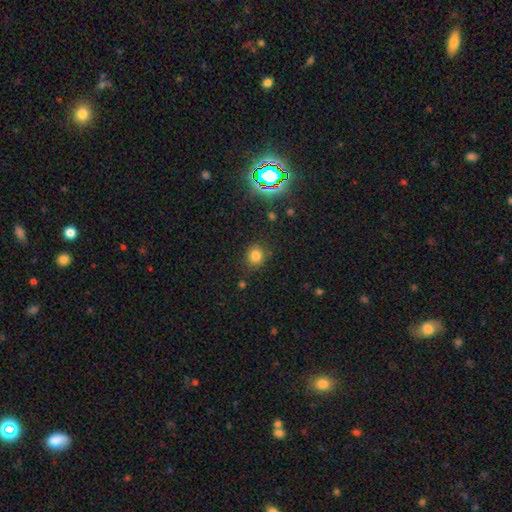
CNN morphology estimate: Overall: smooth (78%). How rounded: round (80%). Merging: none (84%).